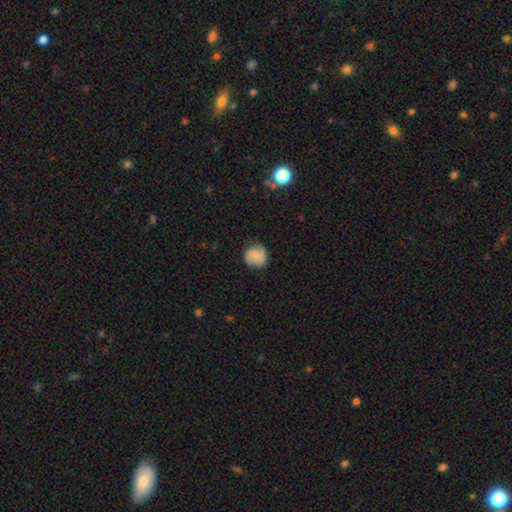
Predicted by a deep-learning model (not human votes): Smooth or featured? smooth (52%)
How rounded? round (86%)
Merging? none (77%)